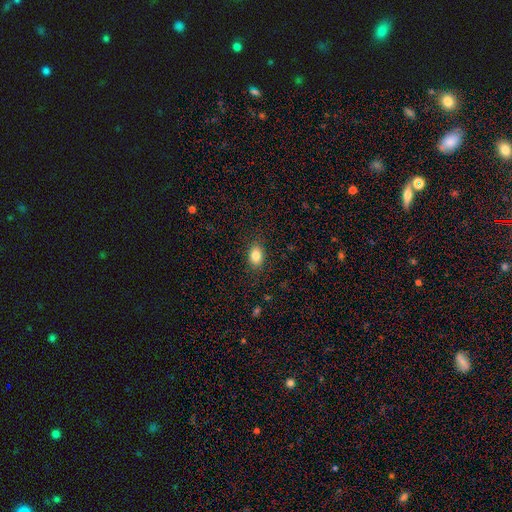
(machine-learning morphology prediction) Q: Smooth or featured?
A: smooth (84%); runner-up: star or artifact (9%)
Q: How rounded?
A: in between (79%); runner-up: round (20%)
Q: Merging?
A: none (87%); runner-up: minor disturbance (10%)